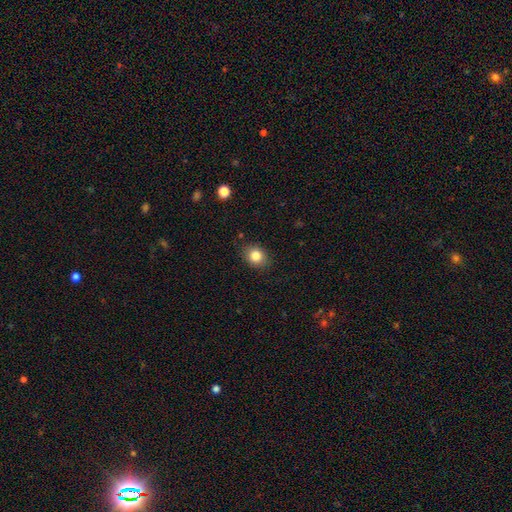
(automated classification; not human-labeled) Smooth or featured? Predicted: smooth (p=0.83). How rounded? Predicted: round (p=0.57). Merging? Predicted: none (p=0.85).